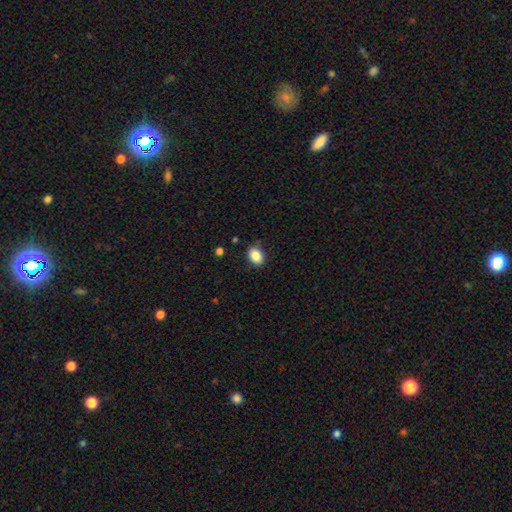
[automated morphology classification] This is clearly a smooth galaxy (87%). How rounded: likely in between (69%). Merging: clearly none (85%).